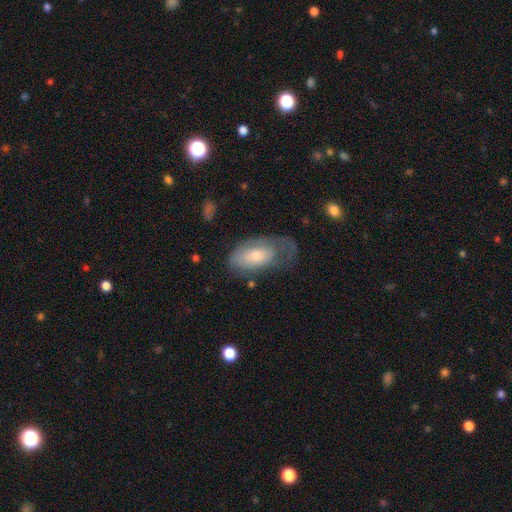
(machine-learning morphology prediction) Overall: smooth (52%; featured or disk 41%). How rounded: in between (91%). Merging: none (37%; major disturbance 33%).